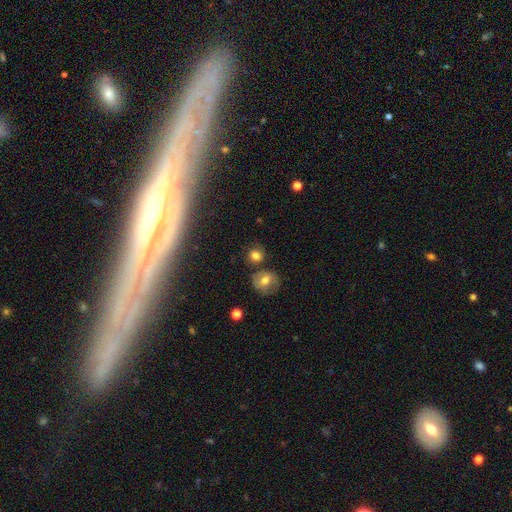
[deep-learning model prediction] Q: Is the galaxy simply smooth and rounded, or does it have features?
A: smooth — 74%.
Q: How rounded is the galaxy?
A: round — 80%.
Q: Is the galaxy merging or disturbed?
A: none — 71%.